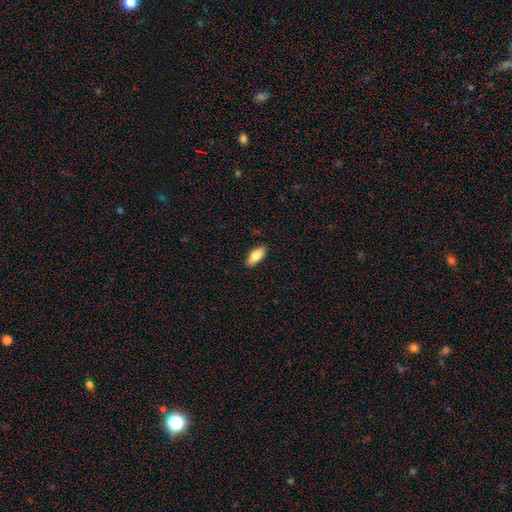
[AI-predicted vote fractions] The model was most divided on "smooth or featured": smooth: 78%, featured or disk: 16%, star or artifact: 6%. More confident: merging — none (89%); how rounded — in between (88%).